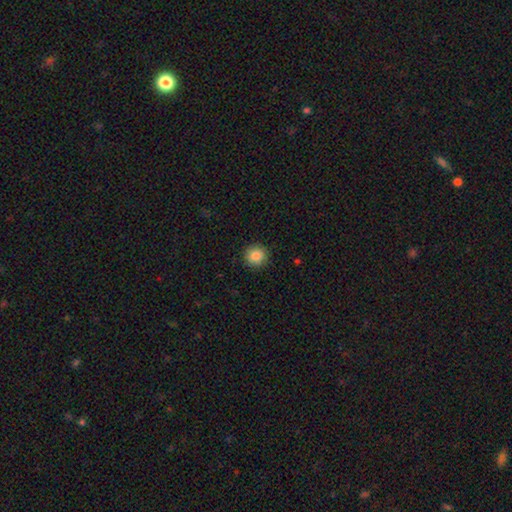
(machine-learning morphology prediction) This appears to be a smooth galaxy with no disk features (85%) that is round (94%). Merging: none (91%).